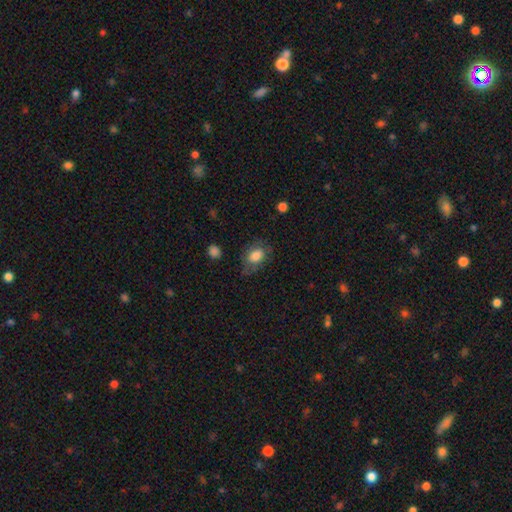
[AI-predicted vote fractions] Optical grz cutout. It shows a smooth galaxy with no disk features (76%) that is in between round and cigar-shaped (77%). Merging: none (60%).